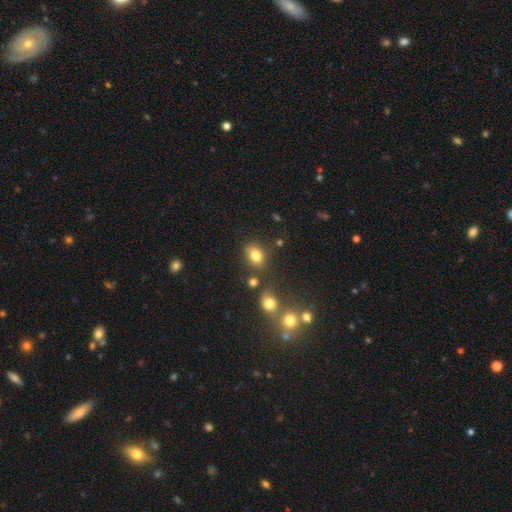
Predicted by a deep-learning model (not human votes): This appears to be a smooth galaxy with no disk features (79%) that is in between round and cigar-shaped (69%). Merging: none (73%).